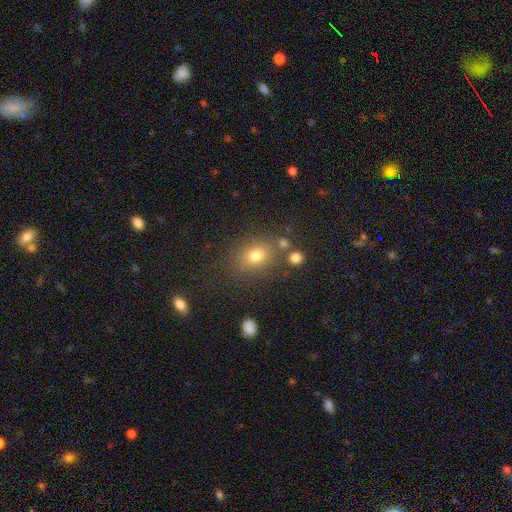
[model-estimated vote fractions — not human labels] A smooth galaxy with no disk features (74%) that is round (55%). Merging: none (76%).